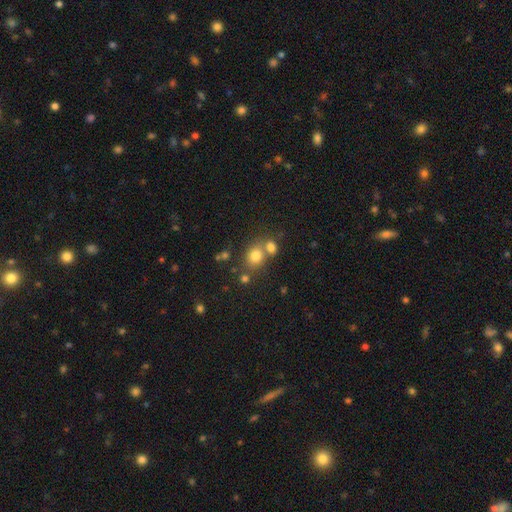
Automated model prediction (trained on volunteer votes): smooth_or_featured: smooth (p=0.77) [alt: star or artifact p=0.14]
how_rounded: round (p=0.65) [alt: in between p=0.34]
merging: none (p=0.52) [alt: merger p=0.34]